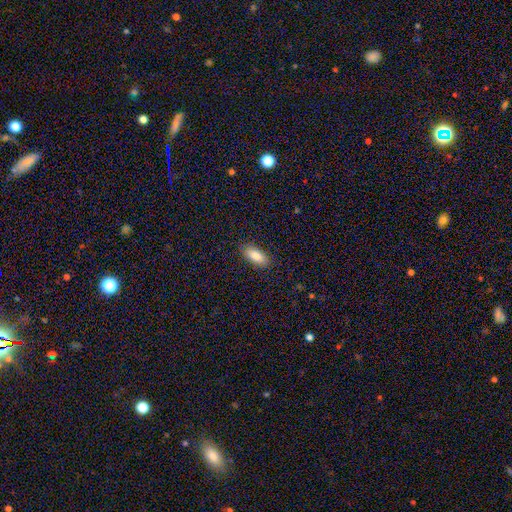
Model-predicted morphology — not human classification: type=smooth (86%); roundness=in between (86%); merging=none (87%).